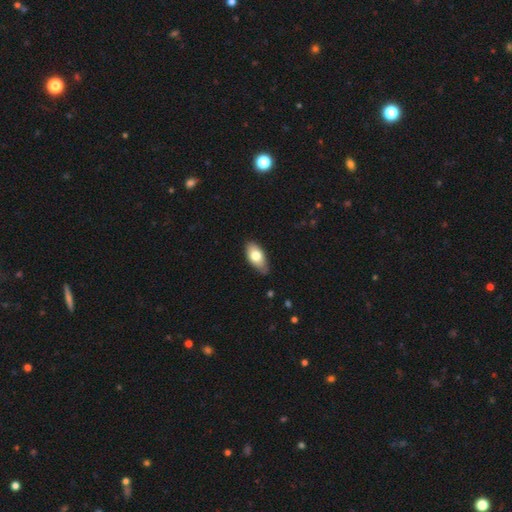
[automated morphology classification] This appears to be a smooth galaxy with no disk features (73%) that is in between round and cigar-shaped (90%). Merging: none (73%).